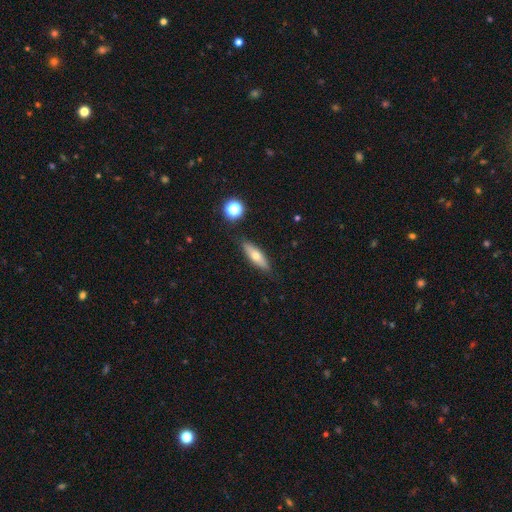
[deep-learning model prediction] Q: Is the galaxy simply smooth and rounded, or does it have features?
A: smooth — 57%.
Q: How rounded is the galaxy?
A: cigar-shaped — 57%.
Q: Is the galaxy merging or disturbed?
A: none — 86%.